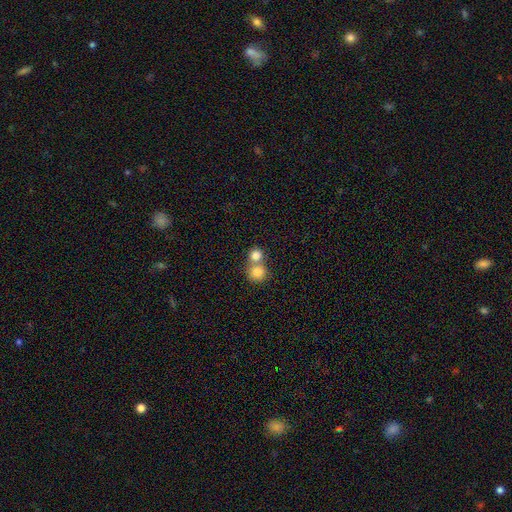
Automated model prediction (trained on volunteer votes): smooth_or_featured: smooth (p=0.81) [alt: star or artifact p=0.11]
how_rounded: round (p=0.88) [alt: in between p=0.11]
merging: merger (p=0.51) [alt: none p=0.42]